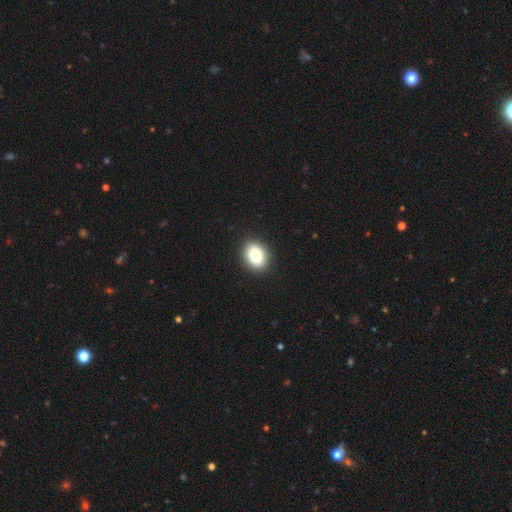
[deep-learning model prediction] smooth_or_featured: smooth (p=0.86) [alt: star or artifact p=0.08]
how_rounded: in between (p=0.69) [alt: round p=0.30]
merging: none (p=0.91) [alt: minor disturbance p=0.06]